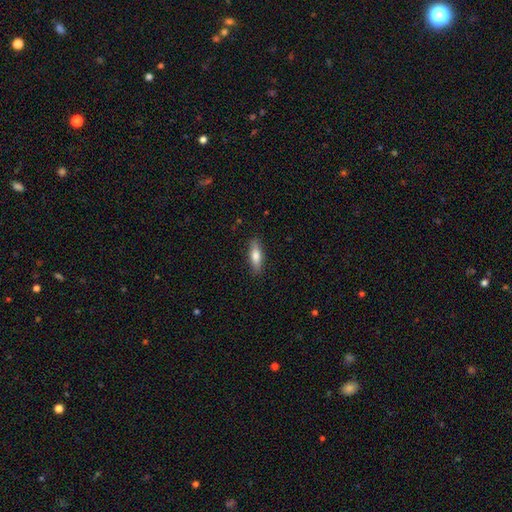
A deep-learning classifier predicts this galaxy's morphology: A smooth galaxy with no disk features (75%) that is in between round and cigar-shaped (54%).

Vote fractions:
- Smooth or featured? smooth: 75% / featured or disk: 19% / star or artifact: 6%
- How rounded? in between: 54% / cigar-shaped: 44% / round: 2%
- Merging? none: 87% / minor disturbance: 10% / major disturbance: 2% / merger: 1%